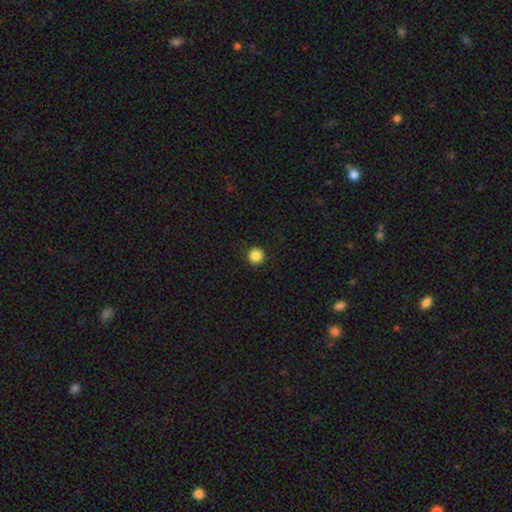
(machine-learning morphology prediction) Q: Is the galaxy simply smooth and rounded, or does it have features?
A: smooth — 87%.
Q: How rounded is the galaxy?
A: round — 96%.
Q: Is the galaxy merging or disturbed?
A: none — 93%.